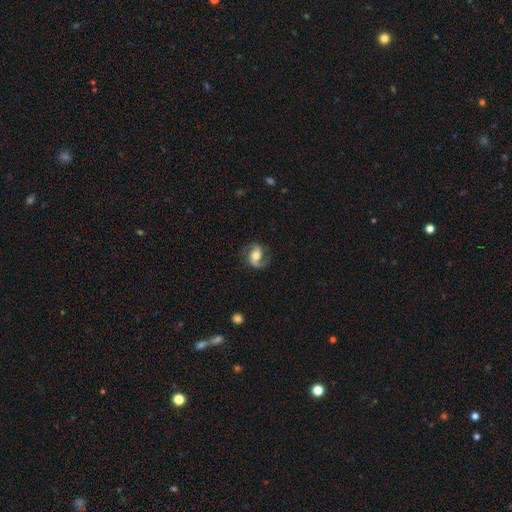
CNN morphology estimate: A featured or disk galaxy (82%) with a weak bar (39%), 2 (89%) medium (49%) spiral arms (96%) and a moderate central bulge (60%). Merging: none (77%).